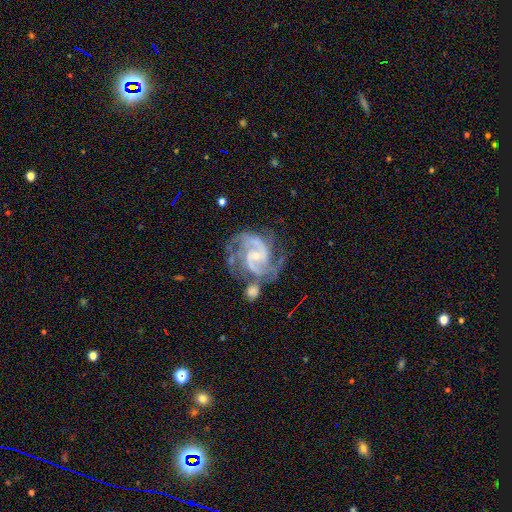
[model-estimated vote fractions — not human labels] This appears to be a featured or disk galaxy (92%) with no bar (44%), 2 (65%) medium (56%) spiral arms (98%) and a small central bulge (72%). Merging: none (50%).